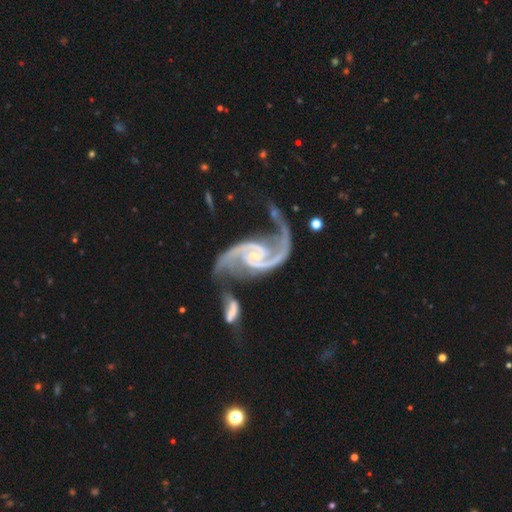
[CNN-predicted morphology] Smooth or featured? Predicted: featured or disk (p=0.94). Edge-on disk? Predicted: no (p=0.98). Bar? Predicted: no (p=0.45). Spiral arms? Predicted: yes (p=0.99). Spiral winding? Predicted: medium (p=0.53). Spiral arm count? Predicted: 2 (p=0.94). Bulge size? Predicted: small (p=0.67). Merging? Predicted: none (p=0.33).